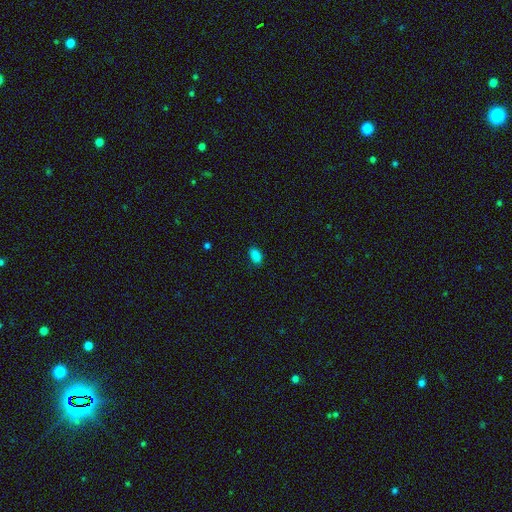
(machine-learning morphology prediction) A smooth galaxy with no disk features (85%) that is in between round and cigar-shaped (93%).

Vote fractions:
- Smooth or featured? smooth: 85% / star or artifact: 12% / featured or disk: 3%
- How rounded? in between: 93% / round: 5% / cigar-shaped: 2%
- Merging? none: 83% / minor disturbance: 13% / major disturbance: 3% / merger: 1%